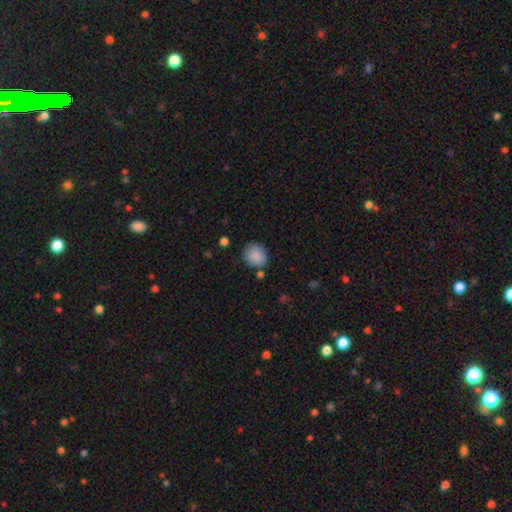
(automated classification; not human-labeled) This appears to be a smooth galaxy with no disk features (88%) that is round (78%). Merging: none (79%).